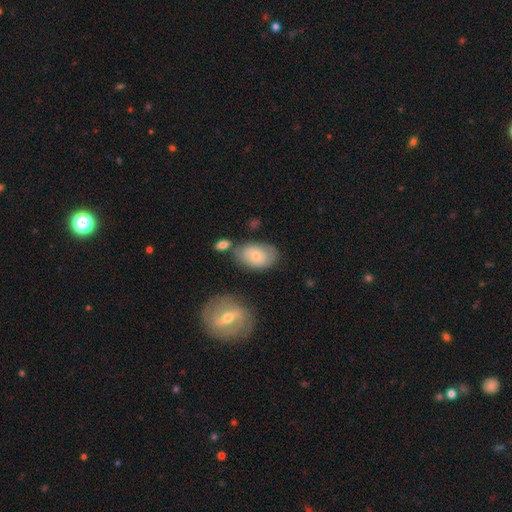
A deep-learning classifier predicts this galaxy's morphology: type=smooth (60%); roundness=in between (84%); merging=none (58%).